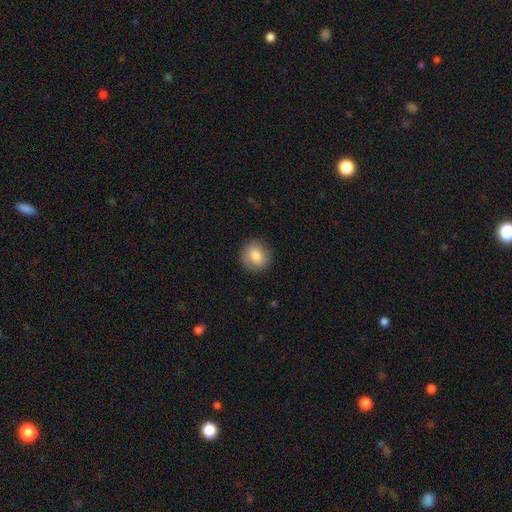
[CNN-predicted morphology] The model was most divided on "smooth or featured": smooth: 80%, featured or disk: 12%, star or artifact: 8%. More confident: merging — none (88%); how rounded — round (86%).